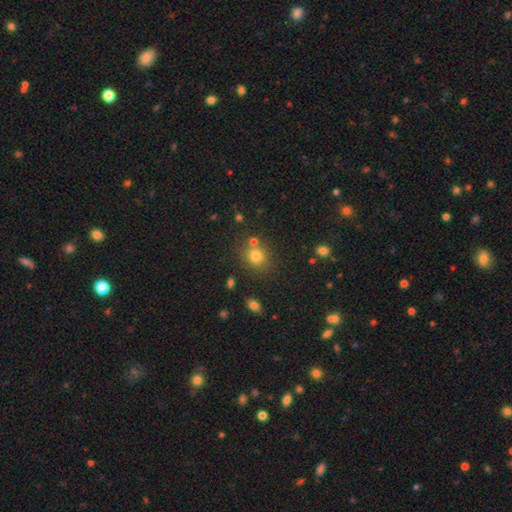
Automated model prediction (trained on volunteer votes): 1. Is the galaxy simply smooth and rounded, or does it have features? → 77% smooth, 15% star or artifact, 8% featured or disk.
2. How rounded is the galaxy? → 79% round, 20% in between, 1% cigar-shaped.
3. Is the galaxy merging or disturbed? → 72% none, 15% merger, 10% minor disturbance, 4% major disturbance.